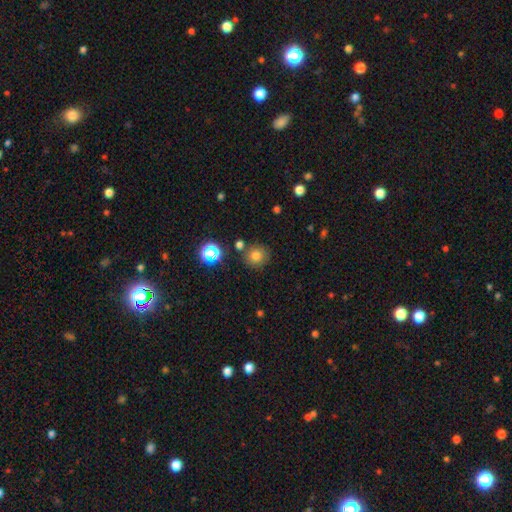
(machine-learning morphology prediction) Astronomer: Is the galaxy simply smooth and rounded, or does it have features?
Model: smooth — 77%.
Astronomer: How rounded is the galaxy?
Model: round — 89%.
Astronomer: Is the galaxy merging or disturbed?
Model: none — 79%.